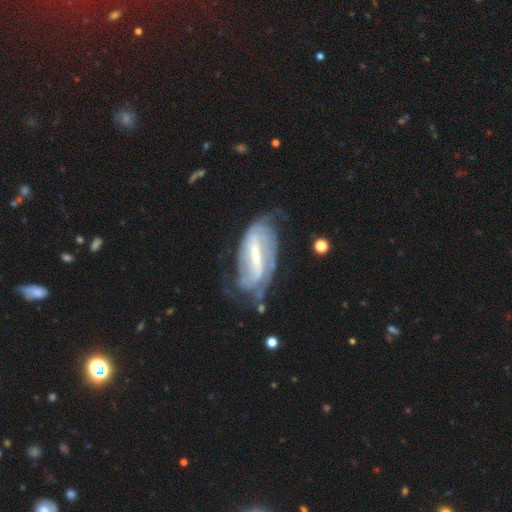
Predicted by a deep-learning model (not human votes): smooth_or_featured: featured or disk (p=0.83) [alt: smooth p=0.11]
disk_edge_on: no (p=0.93) [alt: yes p=0.07]
bar: strong (p=0.65) [alt: weak p=0.28]
has_spiral_arms: yes (p=0.91) [alt: no p=0.09]
spiral_winding: tight (p=0.47) [alt: medium p=0.37]
spiral_arm_count: 2 (p=0.53) [alt: can't tell p=0.28]
bulge_size: small (p=0.44) [alt: moderate p=0.39]
merging: none (p=0.58) [alt: minor disturbance p=0.23]